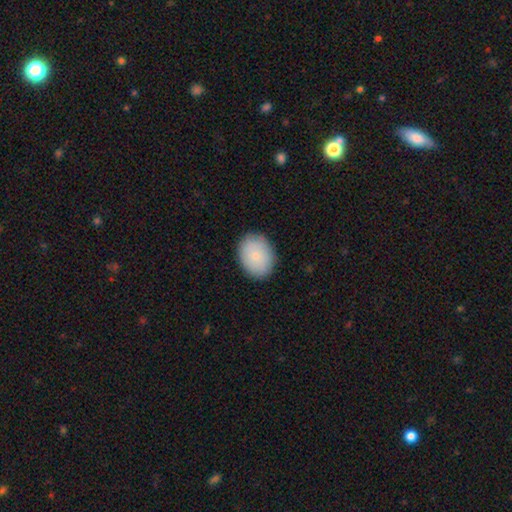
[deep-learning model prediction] Smooth or featured: smooth — 82% (featured or disk — 12%)
How rounded: in between — 70% (round — 29%)
Merging: none — 87% (minor disturbance — 10%)